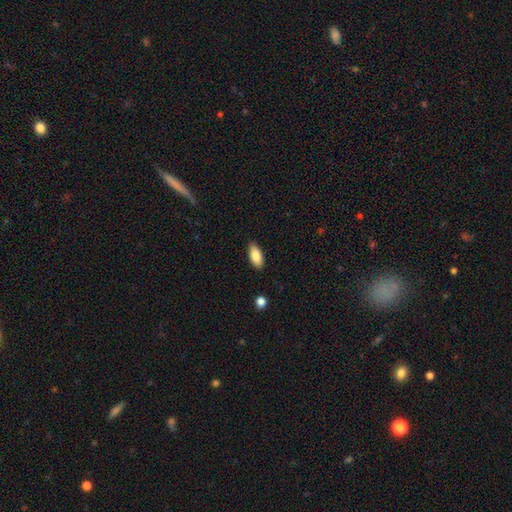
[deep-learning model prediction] This appears to be a smooth galaxy with no disk features (85%) that is in between round and cigar-shaped (87%). Merging: none (86%).